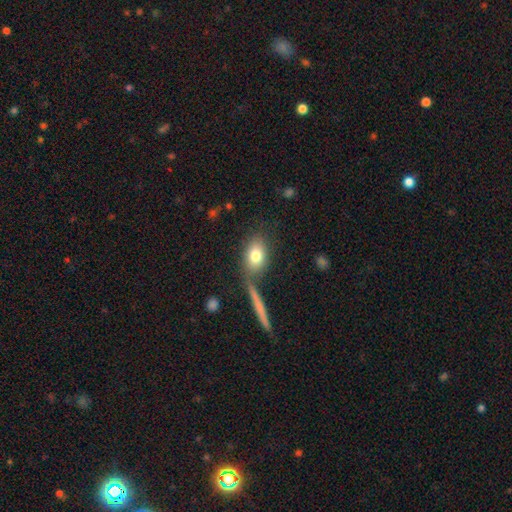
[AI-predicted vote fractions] Smooth or featured? smooth (78%)
How rounded? in between (78%)
Merging? none (67%)